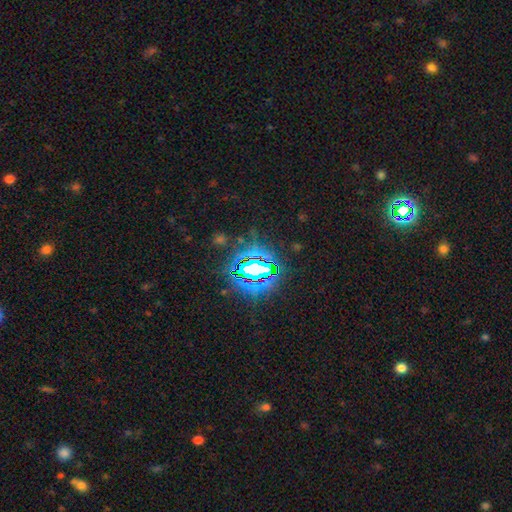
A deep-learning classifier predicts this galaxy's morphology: type=star or artifact (81%).